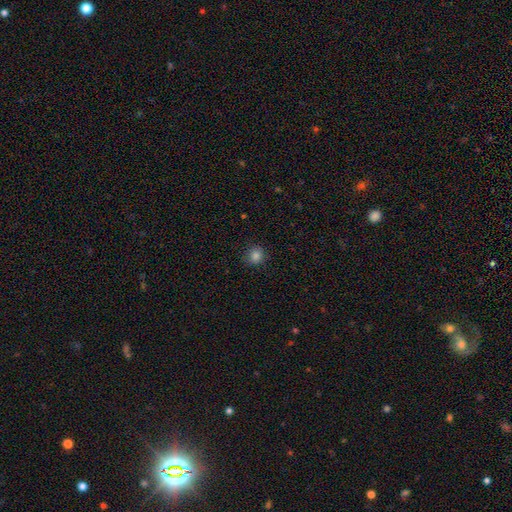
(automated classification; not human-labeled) Morphology: type=smooth (83%); roundness=round (89%); merging=none (89%).